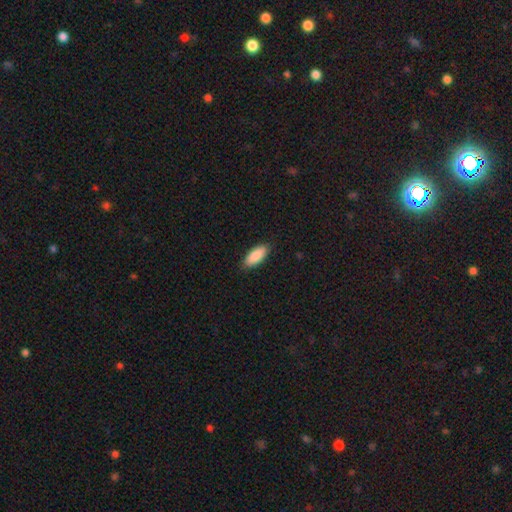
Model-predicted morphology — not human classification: This is clearly a smooth galaxy (88%). How rounded: clearly in between (82%). Merging: clearly none (88%).